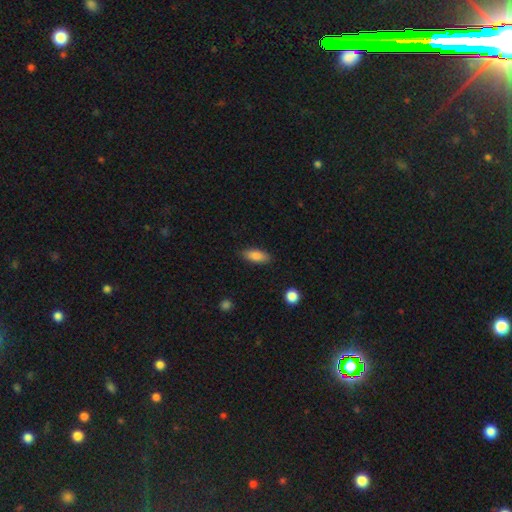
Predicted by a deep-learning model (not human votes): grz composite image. It shows a smooth galaxy with no disk features (85%) that is in between round and cigar-shaped (77%). Merging: none (86%).